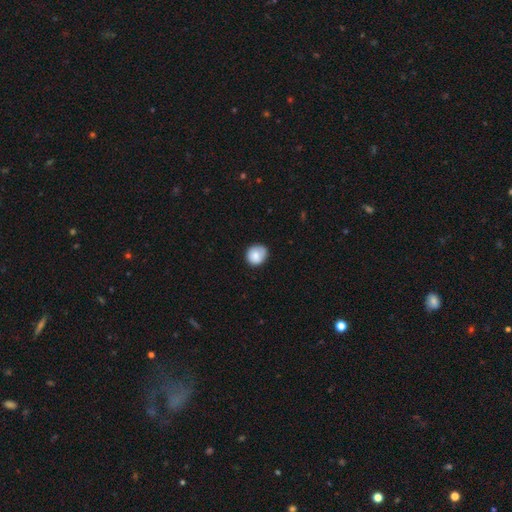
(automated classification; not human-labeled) Overall: smooth (81%). How rounded: round (83%). Merging: none (72%).